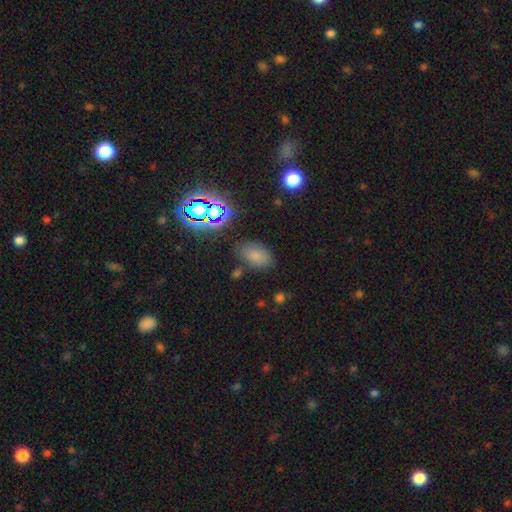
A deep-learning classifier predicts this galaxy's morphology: Smooth or featured? Predicted: smooth (p=0.69). How rounded? Predicted: in between (p=0.87). Merging? Predicted: none (p=0.77).